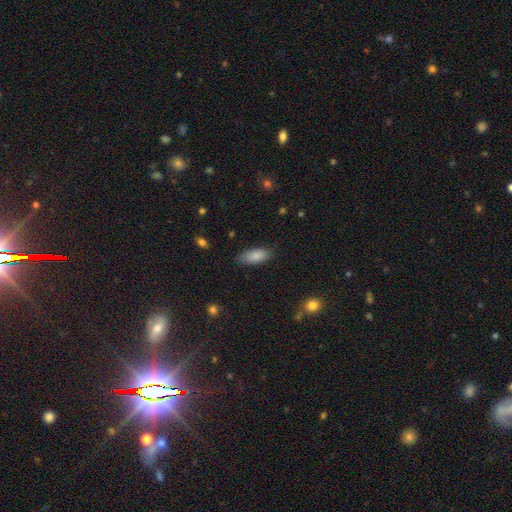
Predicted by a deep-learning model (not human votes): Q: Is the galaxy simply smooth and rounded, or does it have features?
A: smooth — 85%.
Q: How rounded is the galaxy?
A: in between — 84%.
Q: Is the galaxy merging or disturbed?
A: none — 82%.